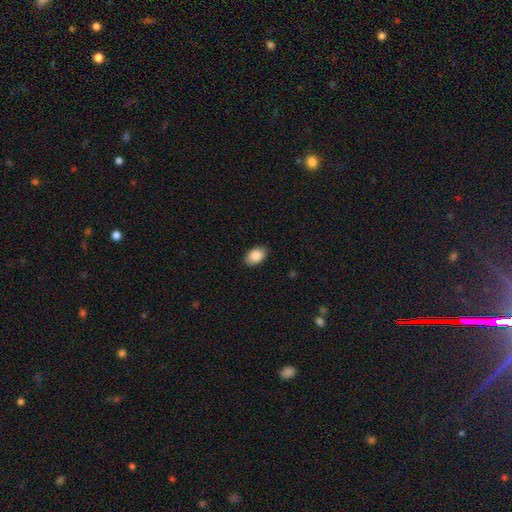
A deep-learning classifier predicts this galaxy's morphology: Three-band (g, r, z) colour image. It shows a smooth galaxy with no disk features (88%) that is in between round and cigar-shaped (89%). Merging: none (87%).